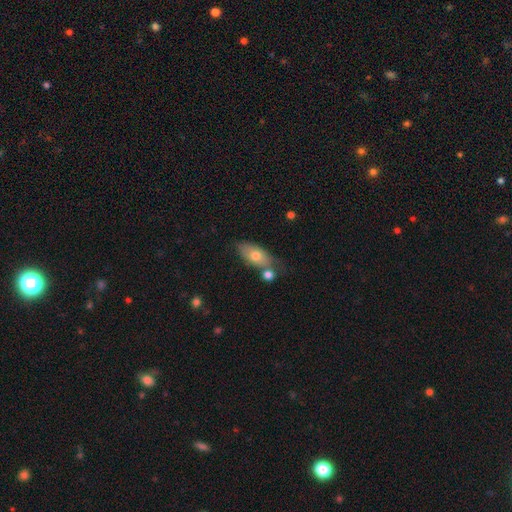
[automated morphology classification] Smooth or featured: smooth — 70% (featured or disk — 23%)
How rounded: in between — 86% (cigar-shaped — 8%)
Merging: none — 55% (merger — 22%)